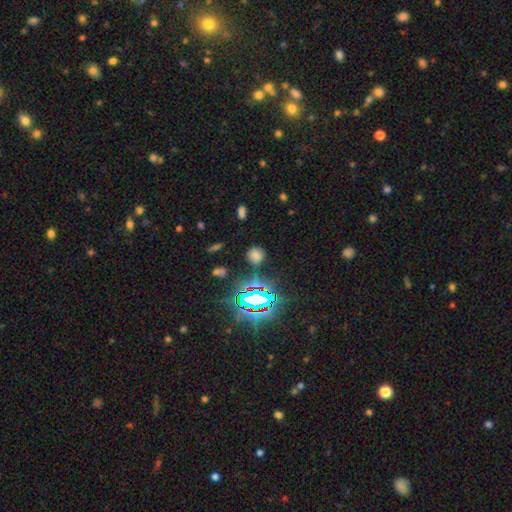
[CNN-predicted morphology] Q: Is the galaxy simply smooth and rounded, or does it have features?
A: smooth — 59%.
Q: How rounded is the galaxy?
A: round — 81%.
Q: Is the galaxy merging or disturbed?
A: none — 80%.